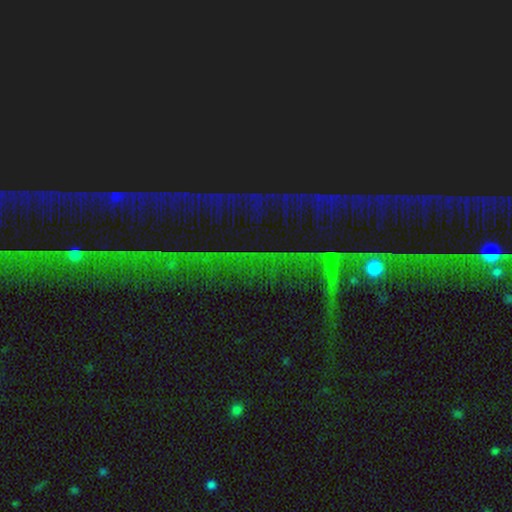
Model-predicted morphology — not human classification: This is clearly a star or artifact rather than a galaxy (84%).